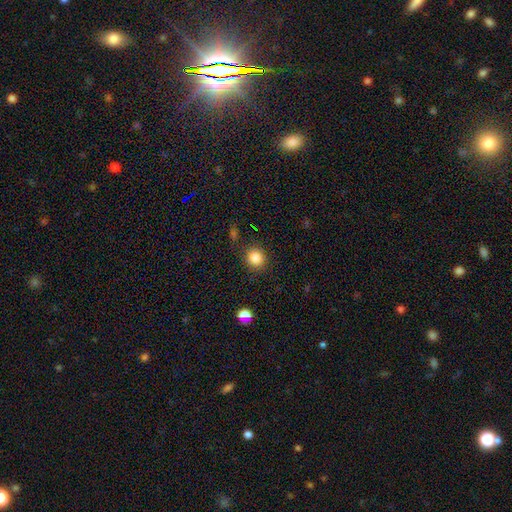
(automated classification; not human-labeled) Q: Smooth or featured?
A: smooth (85%); runner-up: star or artifact (11%)
Q: How rounded?
A: round (86%); runner-up: in between (13%)
Q: Merging?
A: none (86%); runner-up: minor disturbance (9%)